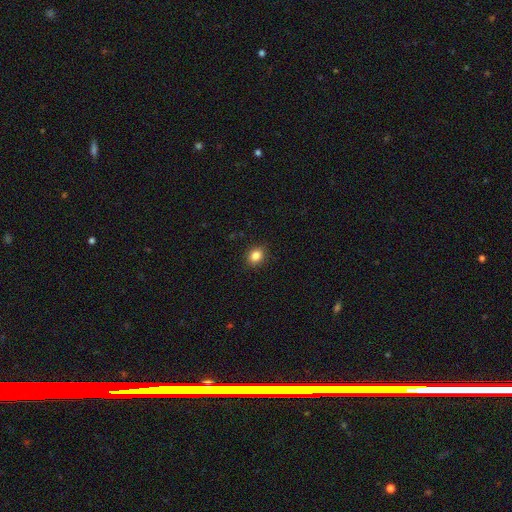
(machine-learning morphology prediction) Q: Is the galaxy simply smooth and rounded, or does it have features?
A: smooth — 84%.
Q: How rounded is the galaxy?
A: round — 58%.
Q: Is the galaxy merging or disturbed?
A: none — 90%.